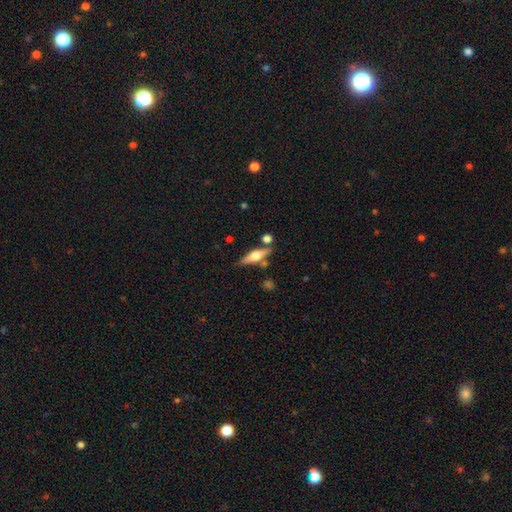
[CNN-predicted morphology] This is possibly a featured or disk galaxy (58%). It is clearly viewed edge-on (94%). Edge-on bulge: clearly rounded (91%). Merging: likely none (75%).